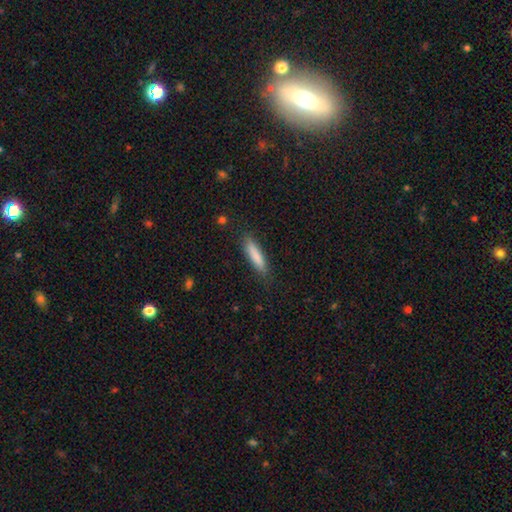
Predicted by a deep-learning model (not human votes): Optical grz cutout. It shows a smooth galaxy with no disk features (83%) that is cigar-shaped (77%). Merging: none (85%).